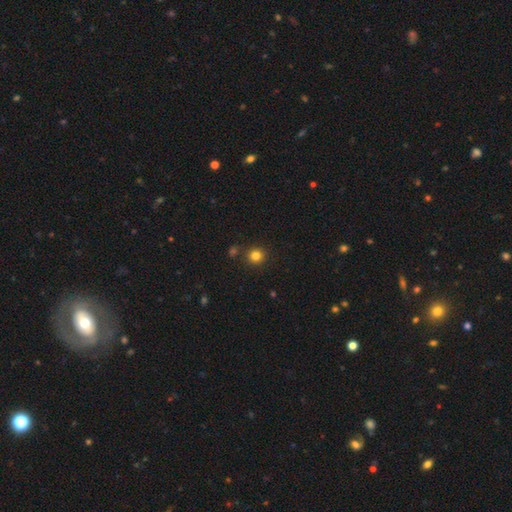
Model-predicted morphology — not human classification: A smooth galaxy with no disk features (81%) that is round (91%).

Vote fractions:
- Smooth or featured? smooth: 81% / star or artifact: 14% / featured or disk: 5%
- How rounded? round: 91% / in between: 8% / cigar-shaped: 1%
- Merging? none: 86% / minor disturbance: 7% / merger: 4% / major disturbance: 2%